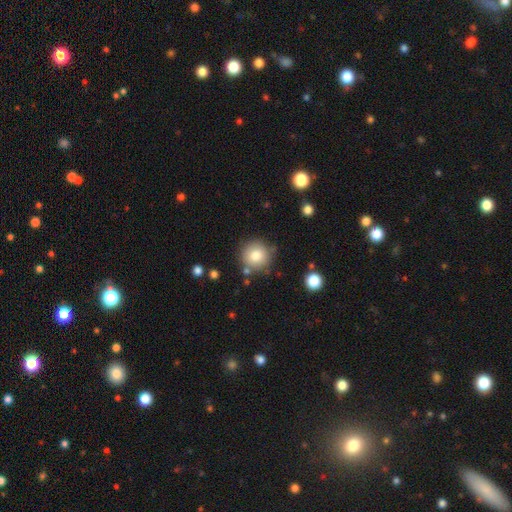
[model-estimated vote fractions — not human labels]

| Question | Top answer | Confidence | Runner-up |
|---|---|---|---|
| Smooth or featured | smooth | 81% | star or artifact (10%) |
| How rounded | round | 94% | in between (5%) |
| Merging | none | 80% | minor disturbance (11%) |